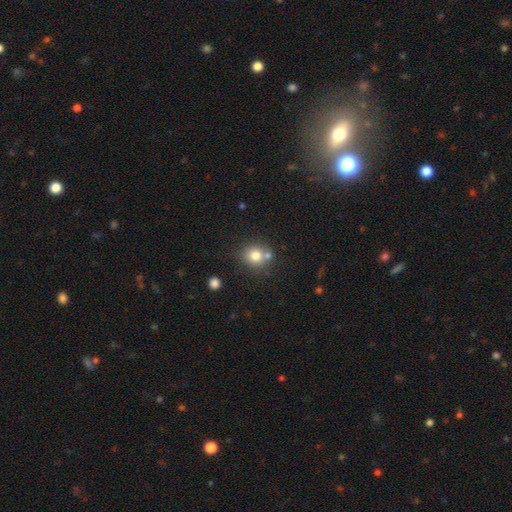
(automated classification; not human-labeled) This appears to be a smooth galaxy with no disk features (78%) that is round (81%). Merging: none (62%).